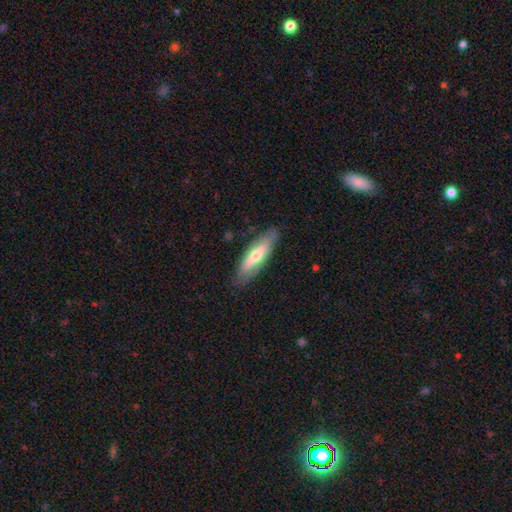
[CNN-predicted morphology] A featured or disk galaxy (48%).

Vote fractions:
- Smooth or featured? featured or disk: 48% / smooth: 47% / star or artifact: 6%
- Merging? none: 82% / minor disturbance: 14% / major disturbance: 4% / merger: 1%